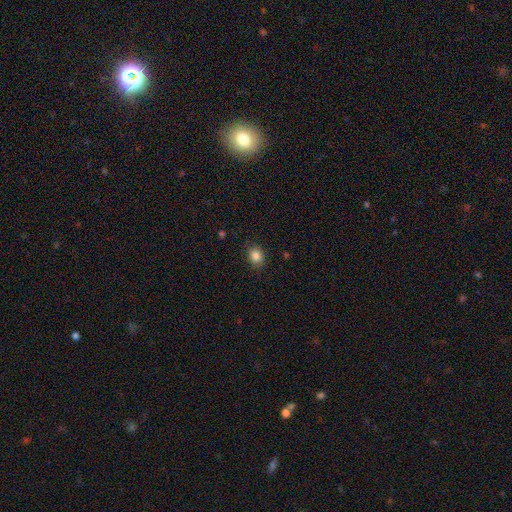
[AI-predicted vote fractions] The model was most divided on "how rounded": round: 53%, in between: 46%, cigar-shaped: 1%. More confident: merging — none (86%); smooth or featured — smooth (85%).